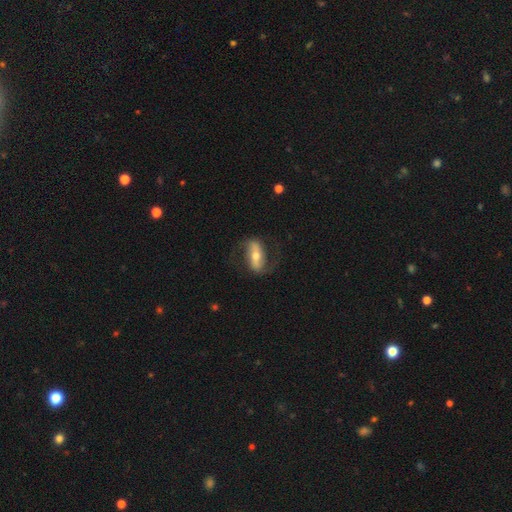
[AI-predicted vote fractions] Smooth or featured: featured or disk — 73% (smooth — 21%)
Edge-on disk: no — 90% (yes — 10%)
Bar: strong — 52% (weak — 26%)
Spiral arms: yes — 87% (no — 13%)
Spiral winding: loose — 50% (medium — 36%)
Spiral arm count: 2 — 89% (can't tell — 5%)
Bulge size: moderate — 60% (small — 32%)
Merging: none — 73% (minor disturbance — 16%)